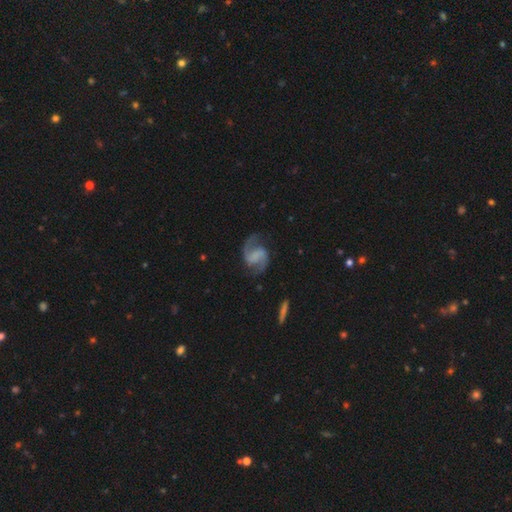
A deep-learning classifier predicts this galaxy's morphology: Q: Smooth or featured?
A: featured or disk (90%); runner-up: smooth (6%)
Q: Edge-on disk?
A: no (98%); runner-up: yes (2%)
Q: Bar?
A: weak (44%); runner-up: no (34%)
Q: Spiral arms?
A: yes (98%); runner-up: no (2%)
Q: Spiral winding?
A: medium (54%); runner-up: loose (34%)
Q: Spiral arm count?
A: 2 (94%); runner-up: can't tell (2%)
Q: Bulge size?
A: none (66%); runner-up: small (17%)
Q: Merging?
A: none (79%); runner-up: minor disturbance (14%)